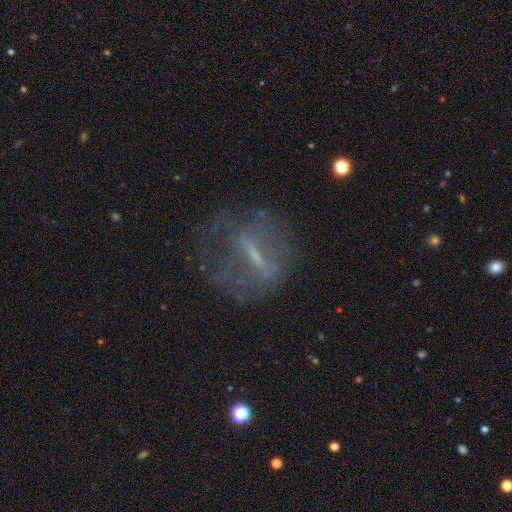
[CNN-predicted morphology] The model was most divided on "bulge size": small: 46%, none: 31%, moderate: 20%, large: 3%, dominant: 1%. More confident: edge-on disk — no (79%); spiral arms — no (69%); smooth or featured — featured or disk (64%); merging — none (58%); bar — strong (55%).